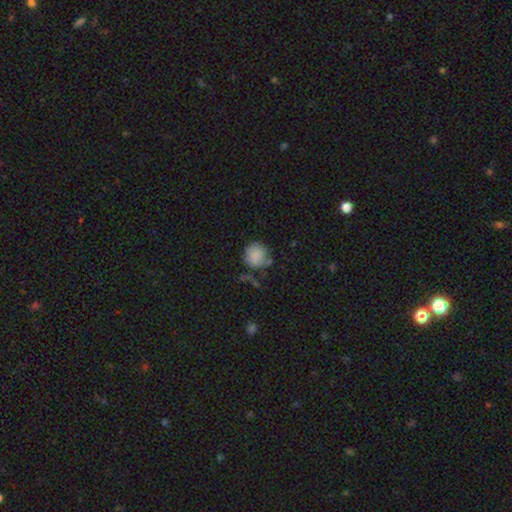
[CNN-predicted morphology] This is clearly a smooth galaxy (83%). How rounded: clearly round (88%). Merging: possibly none (59%).